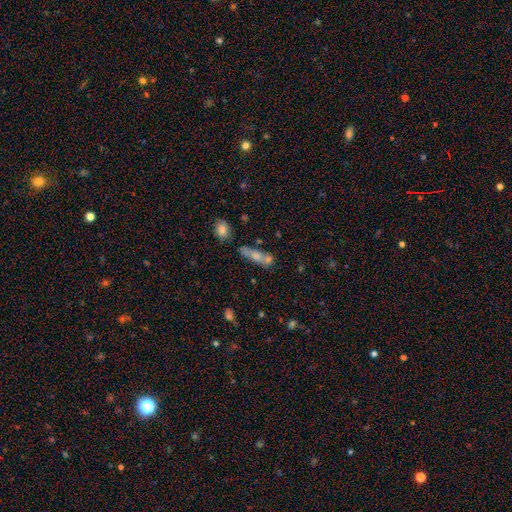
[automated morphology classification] Smooth or featured? Predicted: smooth (p=0.65). How rounded? Predicted: in between (p=0.48). Merging? Predicted: none (p=0.43).